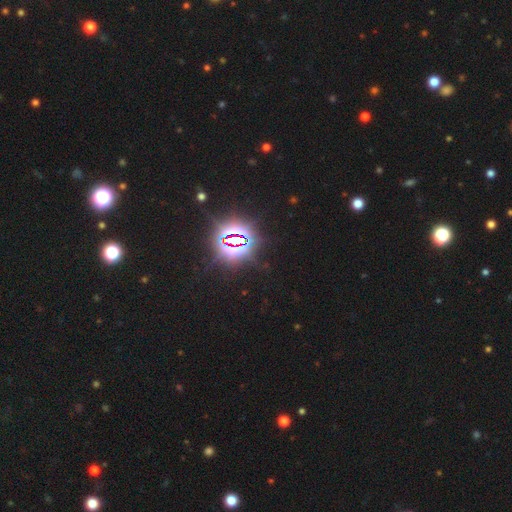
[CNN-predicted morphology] The model was most divided on "smooth or featured": star or artifact: 84%, smooth: 10%, featured or disk: 6%.